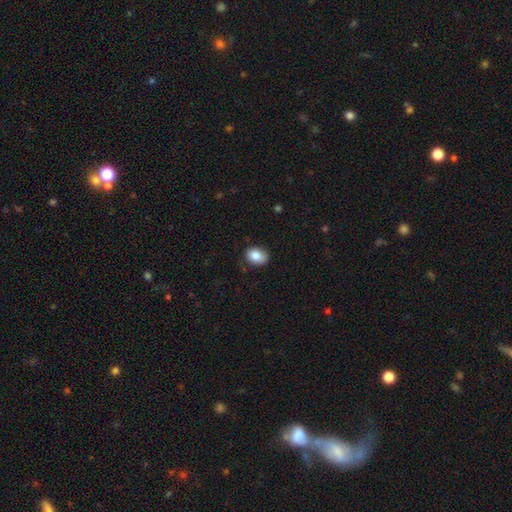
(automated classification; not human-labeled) smooth-or-featured: smooth: 86% | star or artifact: 8% | featured or disk: 6%
  how-rounded: in between: 73% | round: 26% | cigar-shaped: 1%
  merging: none: 80% | minor disturbance: 16% | major disturbance: 3% | merger: 1%